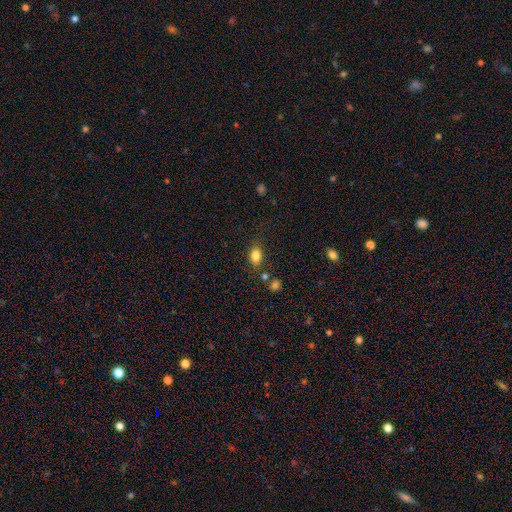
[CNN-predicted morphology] The model was most divided on "how rounded": in between: 77%, round: 21%, cigar-shaped: 2%. More confident: smooth or featured — smooth (82%); merging — none (79%).